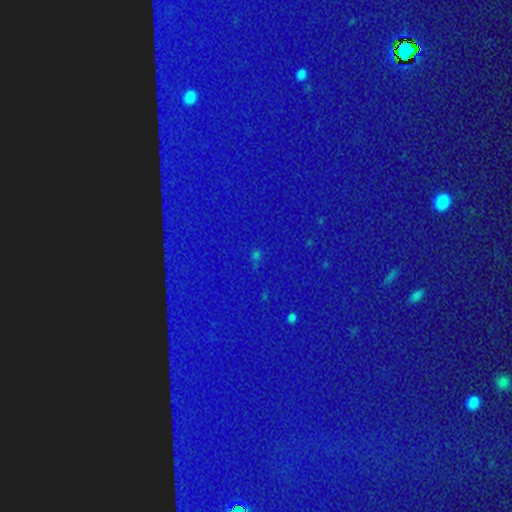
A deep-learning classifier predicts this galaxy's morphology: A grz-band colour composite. It shows a star or artifact, not a galaxy (84%).